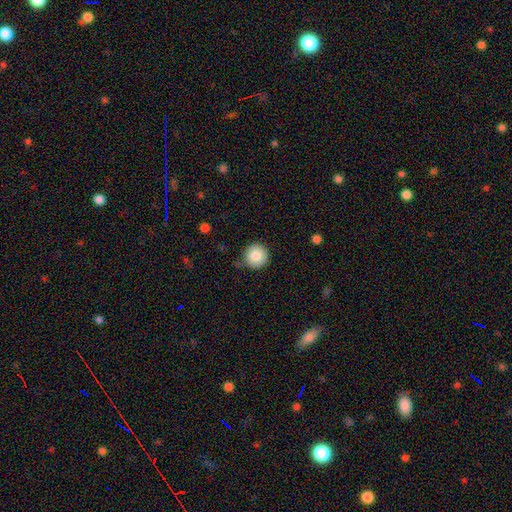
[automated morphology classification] Smooth or featured?
  - smooth: 83% *
  - star or artifact: 9%
  - featured or disk: 8%
How rounded?
  - round: 95% *
  - in between: 4%
  - cigar-shaped: 1%
Merging?
  - none: 80% *
  - minor disturbance: 15%
  - major disturbance: 3%
  - merger: 3%